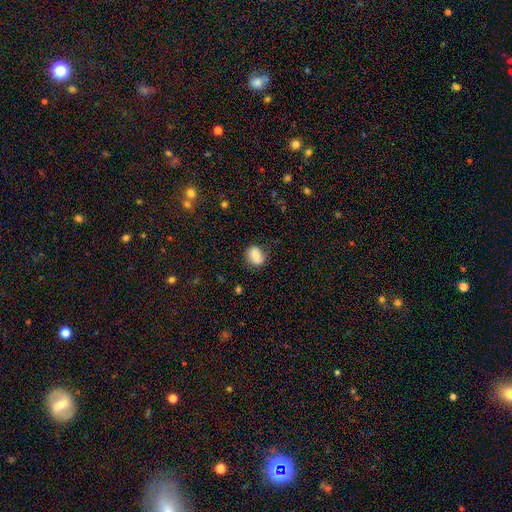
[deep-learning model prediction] A smooth galaxy with no disk features (82%) that is in between round and cigar-shaped (61%).

Vote fractions:
- Smooth or featured? smooth: 82% / featured or disk: 10% / star or artifact: 8%
- How rounded? in between: 61% / round: 37% / cigar-shaped: 2%
- Merging? none: 73% / minor disturbance: 19% / major disturbance: 6% / merger: 2%